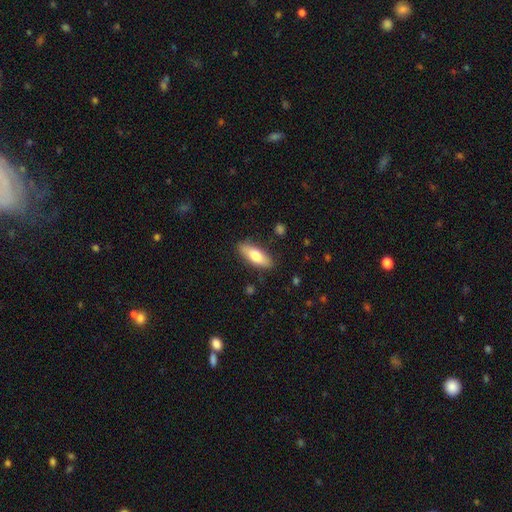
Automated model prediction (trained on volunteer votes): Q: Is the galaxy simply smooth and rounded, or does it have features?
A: smooth — 74%.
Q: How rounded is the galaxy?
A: in between — 64%.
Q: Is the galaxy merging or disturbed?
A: none — 86%.